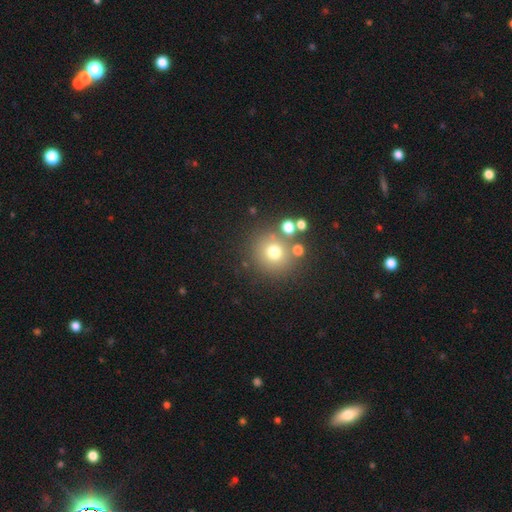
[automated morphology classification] A smooth galaxy with no disk features (58%) that is round (90%).

Vote fractions:
- Smooth or featured? smooth: 58% / star or artifact: 31% / featured or disk: 11%
- How rounded? round: 90% / in between: 9% / cigar-shaped: 1%
- Merging? none: 73% / merger: 15% / minor disturbance: 8% / major disturbance: 4%